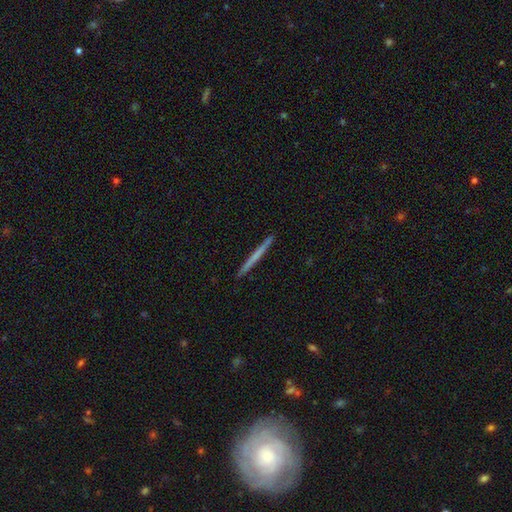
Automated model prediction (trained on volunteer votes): Q: Smooth or featured?
A: smooth (52%); runner-up: featured or disk (43%)
Q: How rounded?
A: cigar-shaped (97%); runner-up: in between (2%)
Q: Merging?
A: none (92%); runner-up: minor disturbance (5%)